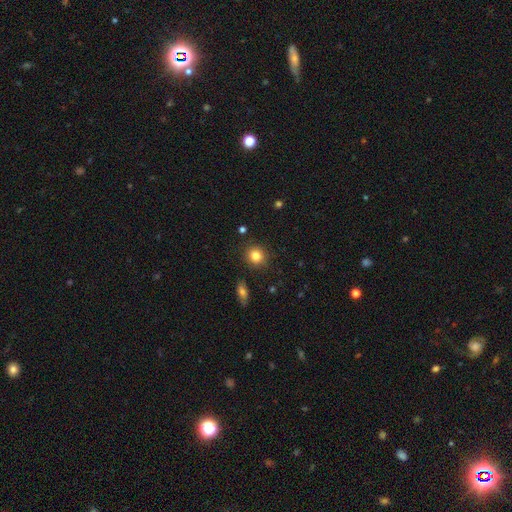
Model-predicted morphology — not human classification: smooth 83%, star or artifact 11%, featured or disk 7%. Down the decision tree: how rounded — round (86%); merging — none (88%).